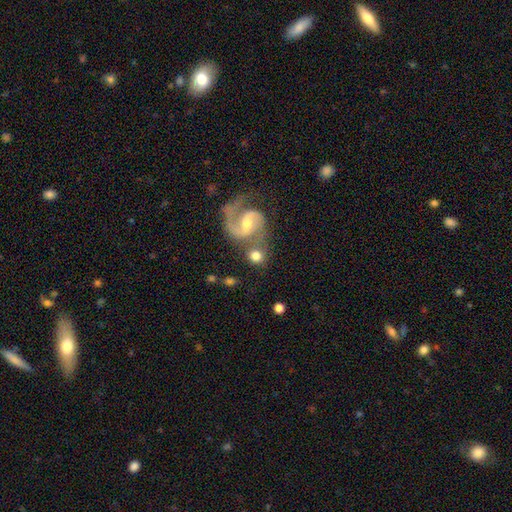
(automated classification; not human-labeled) The model was most divided on "smooth or featured": smooth: 46%, featured or disk: 45%, star or artifact: 8%. More confident: merging — none (56%).